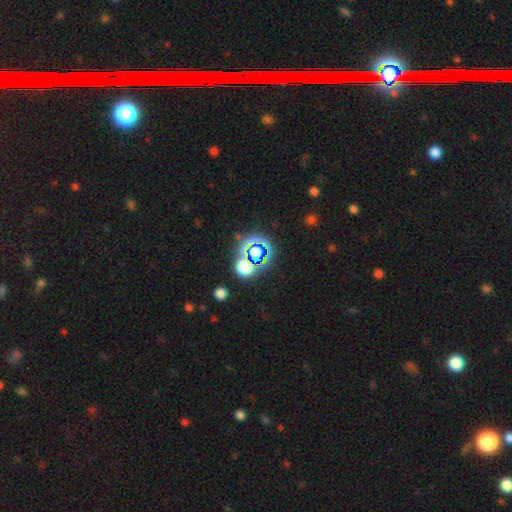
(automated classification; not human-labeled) Morphology: type=star or artifact (62%).